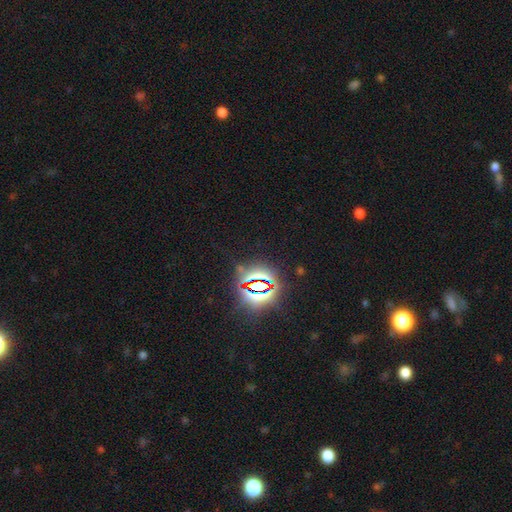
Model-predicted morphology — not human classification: star or artifact 84%, smooth 10%, featured or disk 6%.